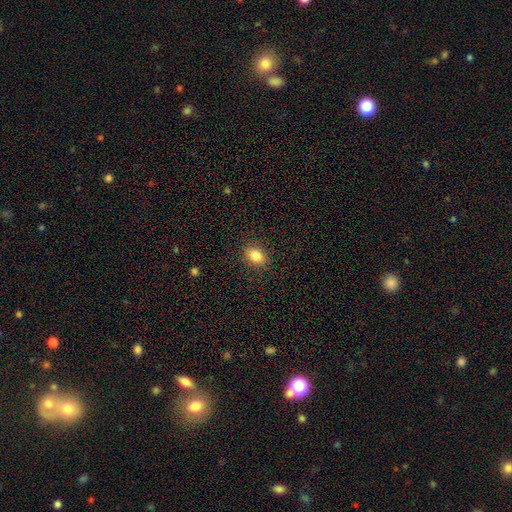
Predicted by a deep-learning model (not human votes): Overall: smooth (84%). How rounded: in between (60%; round 39%). Merging: none (89%).